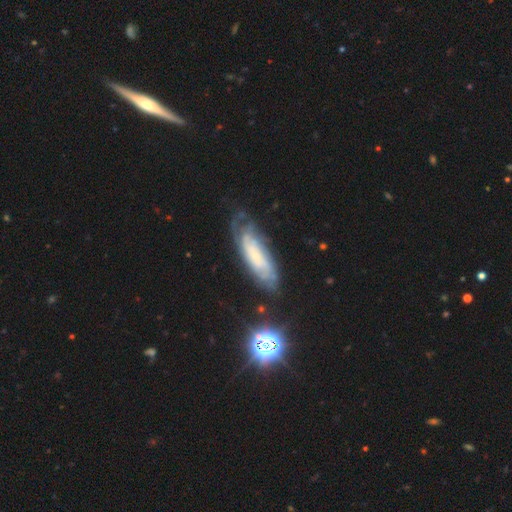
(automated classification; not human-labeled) A featured or disk galaxy (67%) with no bar (68%), spiral arms (89%) and a small central bulge (68%). Merging: none (64%).